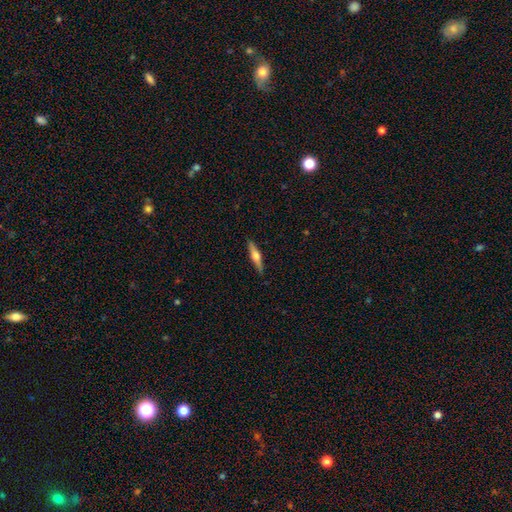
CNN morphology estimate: type=featured or disk (55%); edge-on=yes (96%); edge-on bulge=rounded (89%); merging=none (89%).